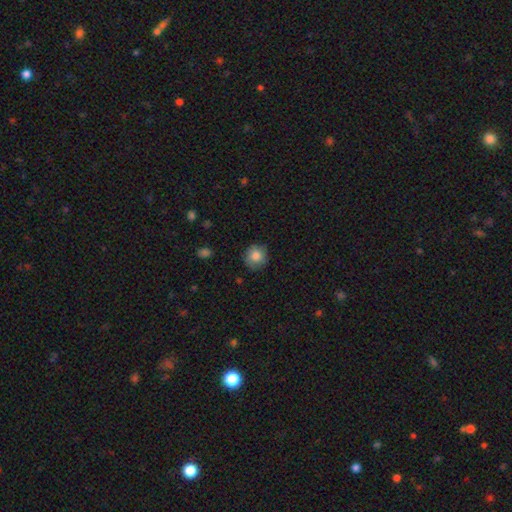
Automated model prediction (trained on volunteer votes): A smooth galaxy with no disk features (82%) that is round (91%). Merging: none (81%).